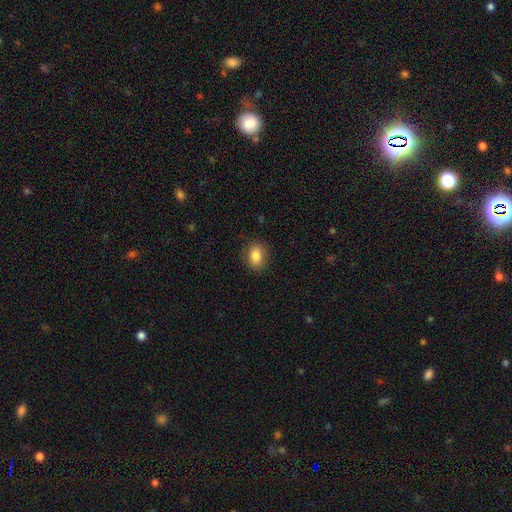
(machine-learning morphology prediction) Smooth or featured? smooth (84%)
How rounded? in between (64%)
Merging? none (84%)